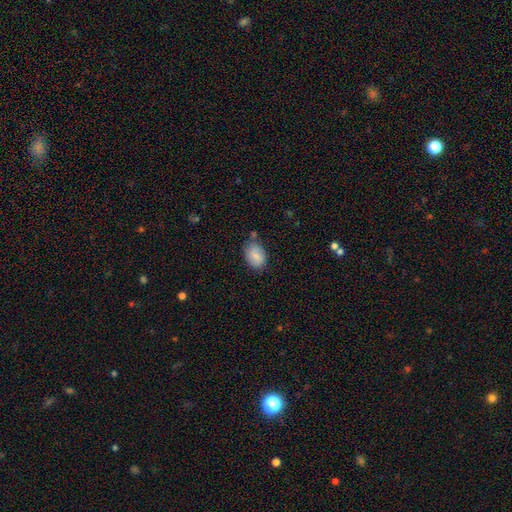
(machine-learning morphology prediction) Q: Smooth or featured?
A: smooth (81%); runner-up: featured or disk (12%)
Q: How rounded?
A: in between (79%); runner-up: round (20%)
Q: Merging?
A: none (70%); runner-up: minor disturbance (20%)